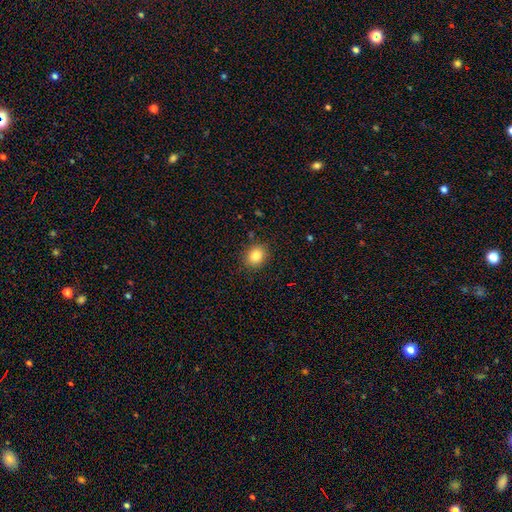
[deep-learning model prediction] The model was most divided on "how rounded": round: 60%, in between: 39%, cigar-shaped: 1%. More confident: merging — none (87%); smooth or featured — smooth (84%).